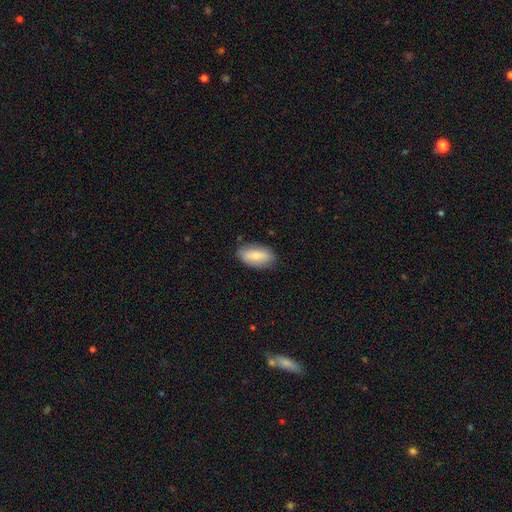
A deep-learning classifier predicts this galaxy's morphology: Smooth or featured? Predicted: smooth (p=0.77). How rounded? Predicted: in between (p=0.91). Merging? Predicted: none (p=0.82).